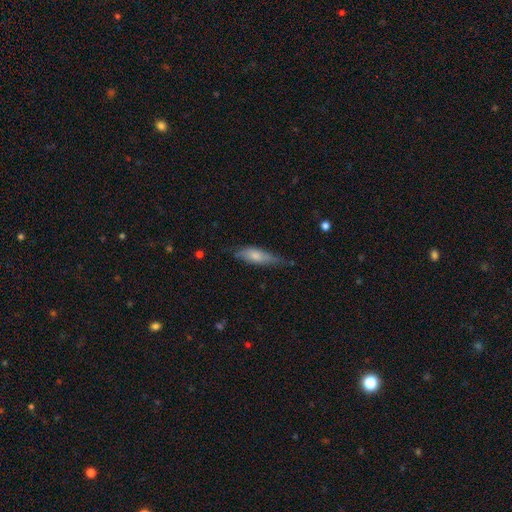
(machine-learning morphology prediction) Overall: smooth (67%). How rounded: in between (50%; cigar-shaped 48%). Merging: none (53%; minor disturbance 35%).